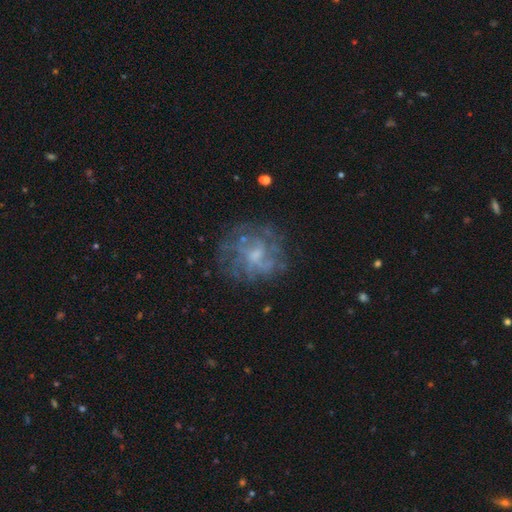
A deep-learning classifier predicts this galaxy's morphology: This appears to be a featured or disk galaxy (68%) with no bar (67%), spiral arms (57%) and a small central bulge (40%). Merging: none (67%).